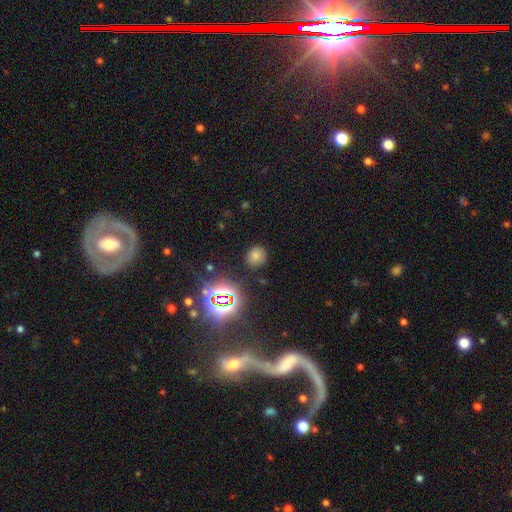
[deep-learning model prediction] A smooth galaxy with no disk features (69%) that is round (85%).

Vote fractions:
- Smooth or featured? smooth: 69% / star or artifact: 24% / featured or disk: 8%
- How rounded? round: 85% / in between: 14% / cigar-shaped: 1%
- Merging? none: 86% / minor disturbance: 9% / major disturbance: 3% / merger: 2%